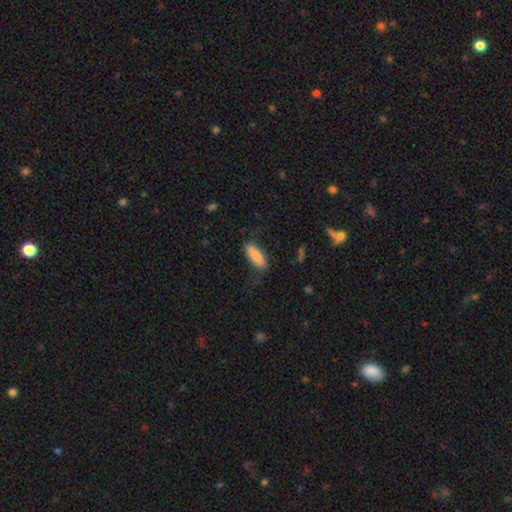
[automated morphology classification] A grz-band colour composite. It shows a smooth galaxy with no disk features (79%) that is in between round and cigar-shaped (55%). Merging: none (74%).